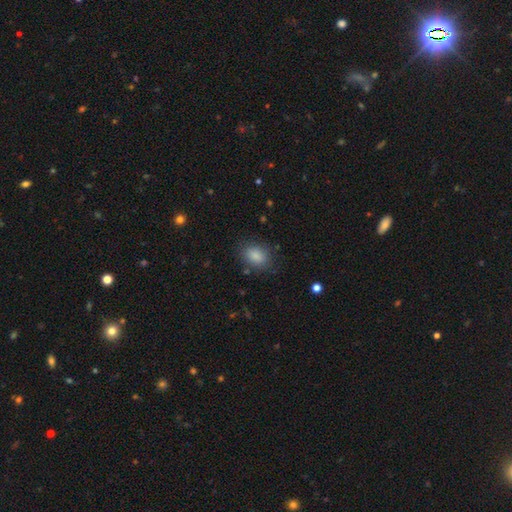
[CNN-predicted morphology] Smooth or featured? Predicted: smooth (p=0.86). How rounded? Predicted: in between (p=0.75). Merging? Predicted: none (p=0.81).